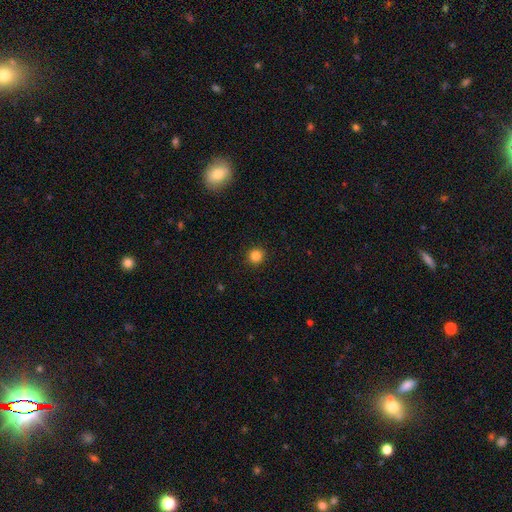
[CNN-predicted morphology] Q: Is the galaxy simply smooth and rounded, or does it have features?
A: smooth — 85%.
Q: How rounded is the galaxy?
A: round — 94%.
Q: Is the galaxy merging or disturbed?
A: none — 92%.